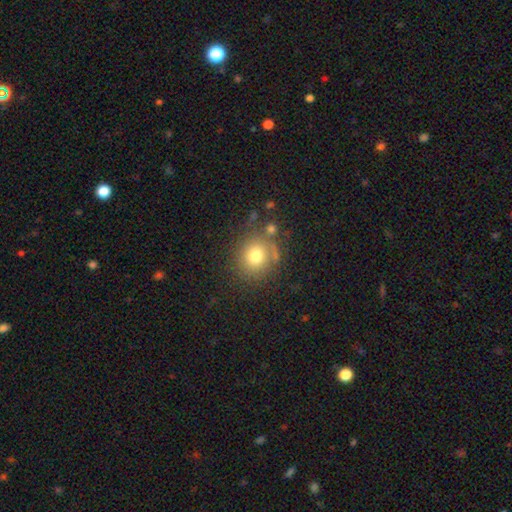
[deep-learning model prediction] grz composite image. It shows a smooth galaxy with no disk features (74%) that is round (83%). Merging: none (73%).